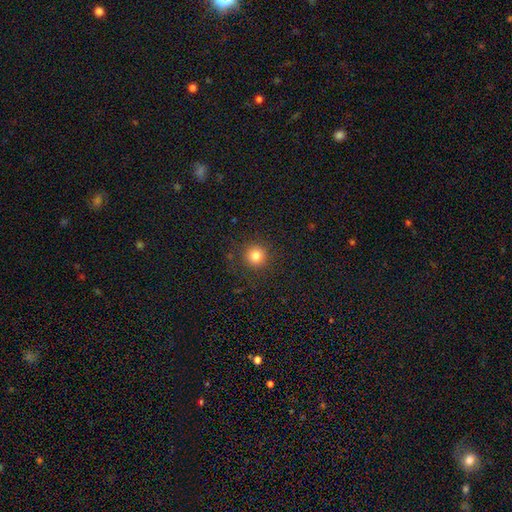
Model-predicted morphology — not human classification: type=smooth (82%); roundness=round (95%); merging=none (89%).